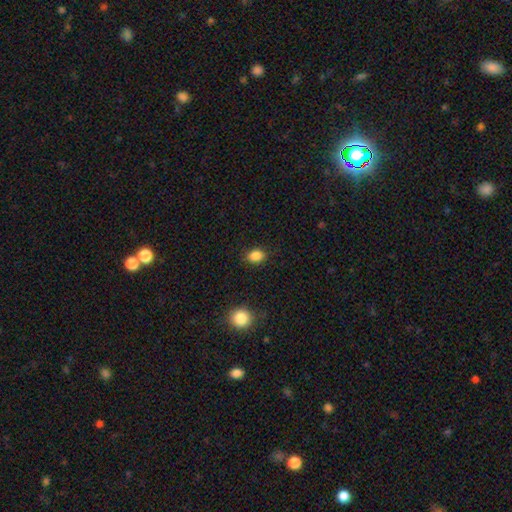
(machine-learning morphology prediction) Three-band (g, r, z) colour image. It shows a smooth galaxy with no disk features (86%) that is in between round and cigar-shaped (62%). Merging: none (85%).